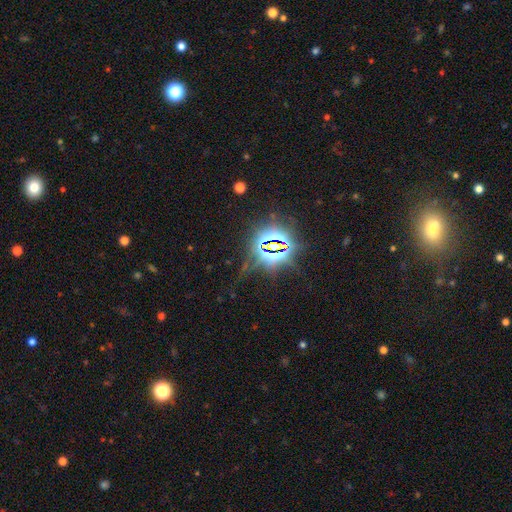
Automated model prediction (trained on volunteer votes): Smooth or featured? star or artifact (83%)